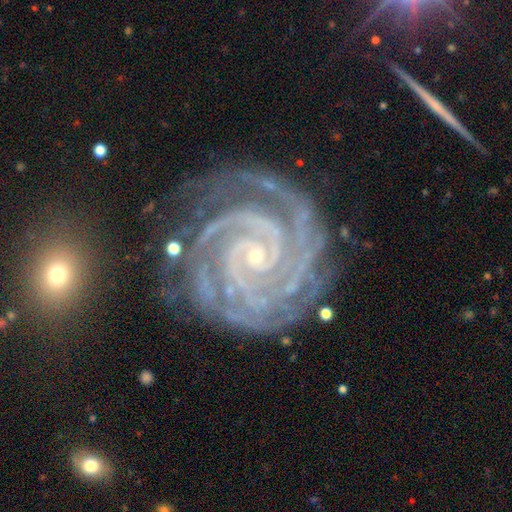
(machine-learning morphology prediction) This appears to be a featured or disk galaxy (94%) with no bar (61%), 3 (28%) tight (86%) spiral arms (99%) and a small central bulge (87%). Merging: none (74%).